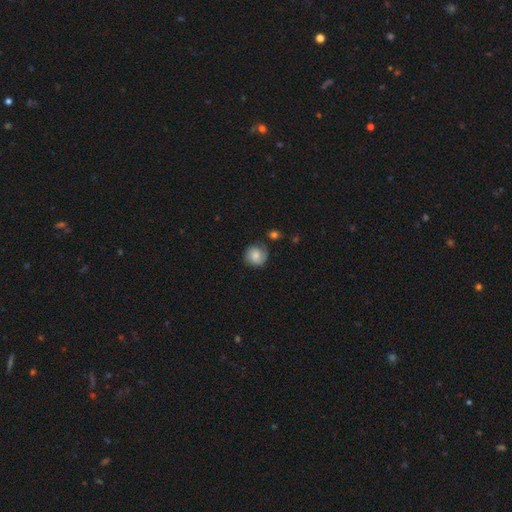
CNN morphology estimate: A smooth galaxy with no disk features (56%) that is round (87%). Merging: none (73%).